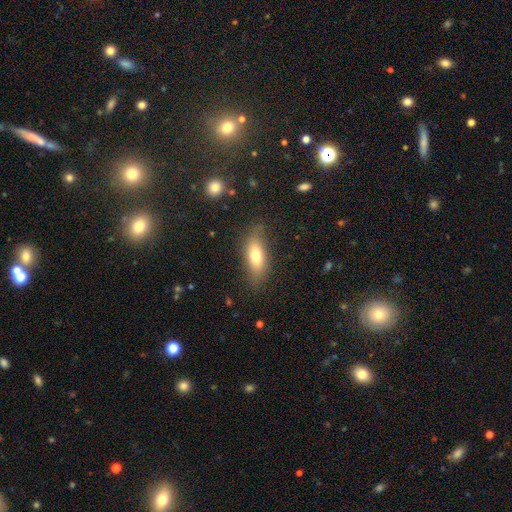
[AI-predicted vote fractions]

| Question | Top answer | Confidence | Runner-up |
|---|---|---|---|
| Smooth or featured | smooth | 72% | featured or disk (20%) |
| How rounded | in between | 72% | cigar-shaped (25%) |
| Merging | none | 77% | minor disturbance (17%) |